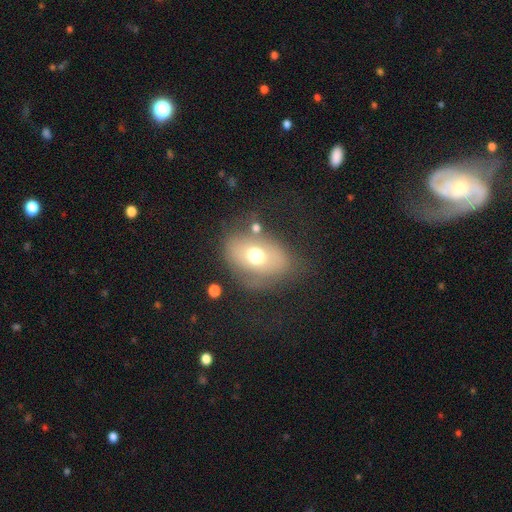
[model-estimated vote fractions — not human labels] Smooth or featured: smooth — 60% (featured or disk — 28%)
How rounded: in between — 70% (round — 28%)
Merging: none — 61% (minor disturbance — 20%)